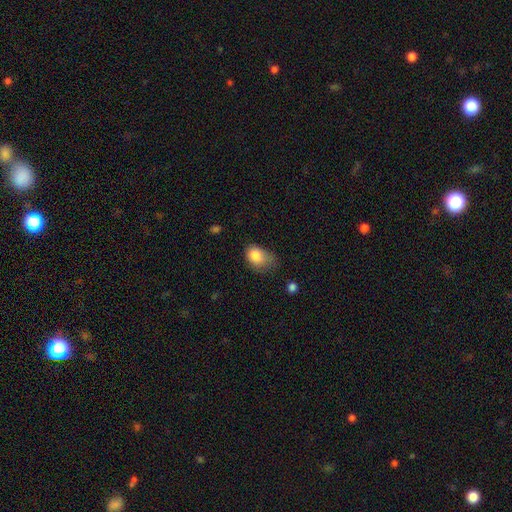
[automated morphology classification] The model was most divided on "merging": minor disturbance: 43%, none: 32%, major disturbance: 22%, merger: 3%. More confident: smooth or featured — smooth (83%); how rounded — in between (74%).